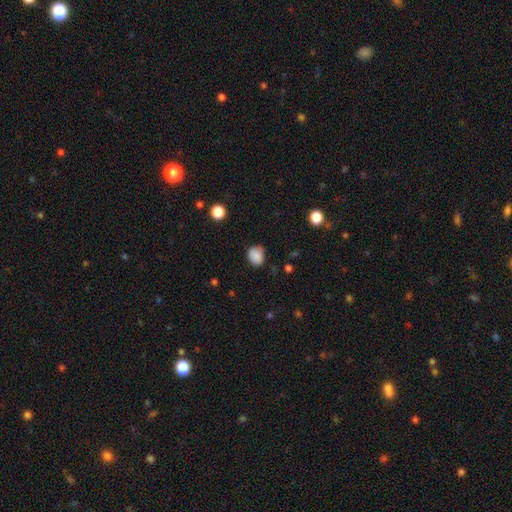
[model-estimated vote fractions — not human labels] Smooth or featured: smooth — 86% (star or artifact — 9%)
How rounded: round — 59% (in between — 40%)
Merging: none — 74% (minor disturbance — 21%)